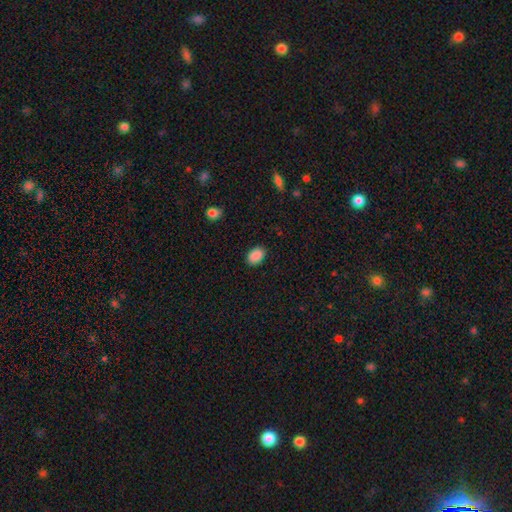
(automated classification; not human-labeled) Q: Smooth or featured?
A: smooth (89%); runner-up: star or artifact (8%)
Q: How rounded?
A: in between (83%); runner-up: round (16%)
Q: Merging?
A: none (88%); runner-up: minor disturbance (9%)